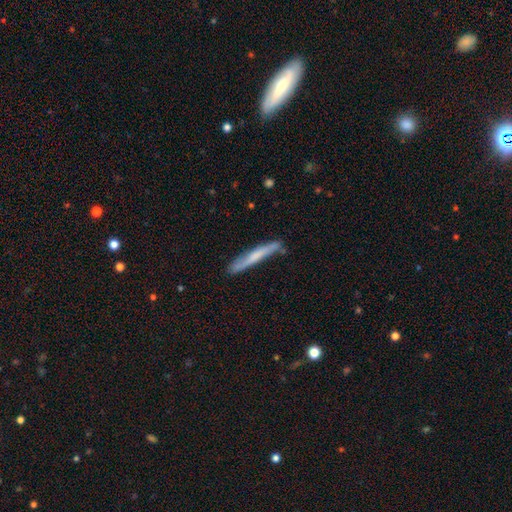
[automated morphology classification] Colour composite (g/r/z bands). It shows a smooth galaxy with no disk features (51%) that is cigar-shaped (95%). Merging: none (77%).